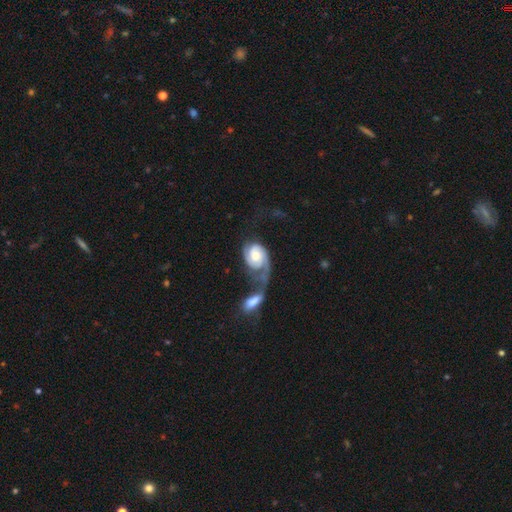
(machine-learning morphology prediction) This appears to be a featured or disk galaxy (79%) with no bar (63%), 2 (70%) tight (43%) spiral arms (94%) and a moderate central bulge (52%). Merging: merger (58%).